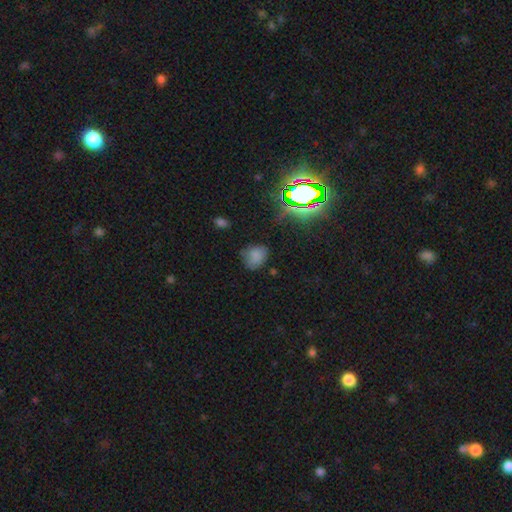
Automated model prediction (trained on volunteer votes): smooth 70%, star or artifact 18%, featured or disk 12%. Down the decision tree: how rounded — in between (50%); merging — none (61%).